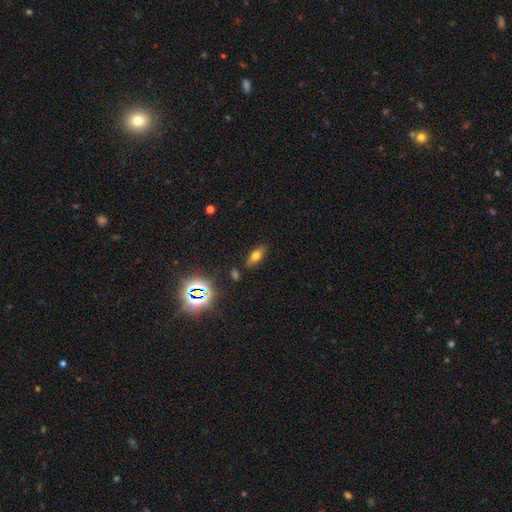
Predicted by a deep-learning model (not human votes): A smooth galaxy with no disk features (58%) that is in between round and cigar-shaped (70%).

Vote fractions:
- Smooth or featured? smooth: 58% / featured or disk: 27% / star or artifact: 15%
- How rounded? in between: 70% / cigar-shaped: 24% / round: 6%
- Merging? none: 84% / minor disturbance: 11% / major disturbance: 3% / merger: 3%